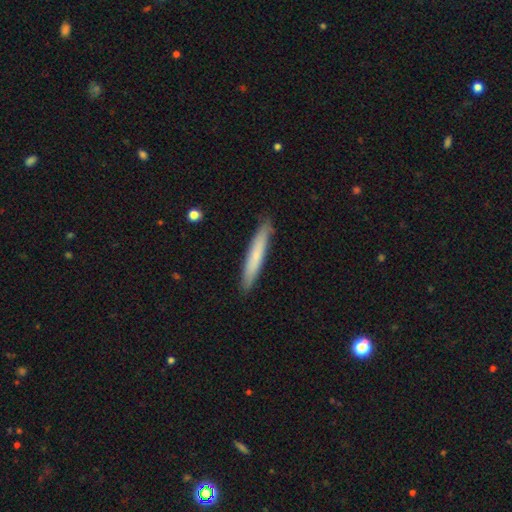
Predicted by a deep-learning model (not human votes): This is likely a smooth galaxy (69%). How rounded: clearly cigar-shaped (95%). Merging: clearly none (89%).